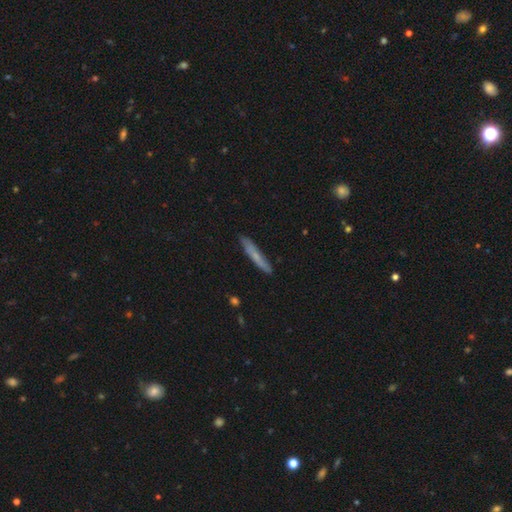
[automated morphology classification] smooth_or_featured: smooth (p=0.59) [alt: featured or disk p=0.35]
how_rounded: cigar-shaped (p=0.93) [alt: in between p=0.05]
merging: none (p=0.83) [alt: minor disturbance p=0.13]